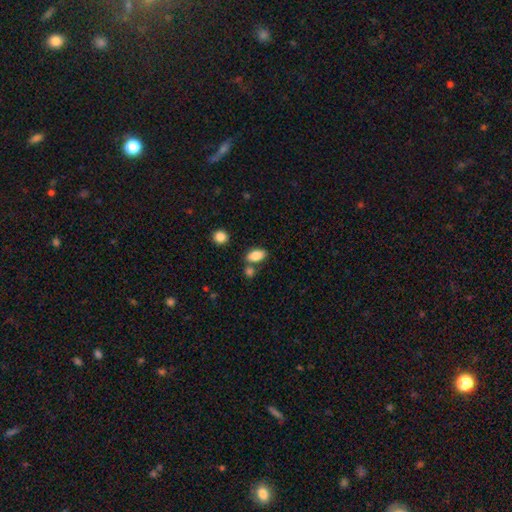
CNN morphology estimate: Smooth or featured: smooth — 85% (star or artifact — 8%)
How rounded: in between — 90% (round — 7%)
Merging: none — 70% (merger — 15%)